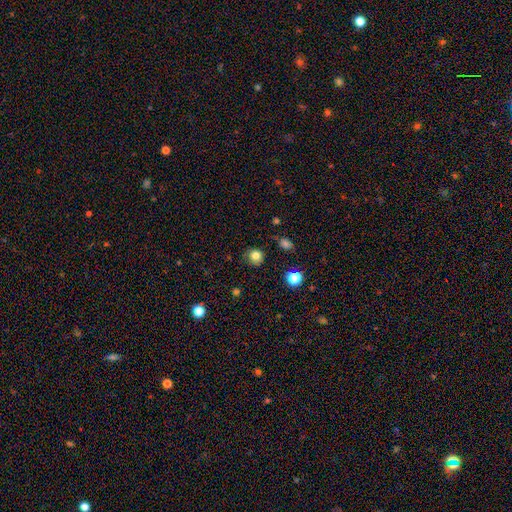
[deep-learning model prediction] Q: Smooth or featured?
A: smooth (81%); runner-up: star or artifact (13%)
Q: How rounded?
A: round (89%); runner-up: in between (10%)
Q: Merging?
A: none (83%); runner-up: minor disturbance (12%)